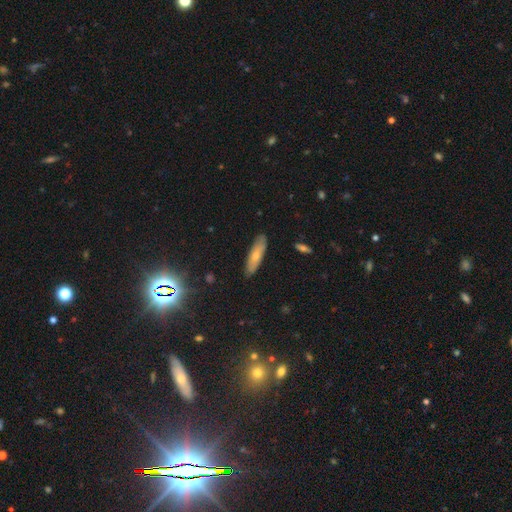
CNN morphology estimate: Overall: smooth (63%; featured or disk 30%). How rounded: cigar-shaped (62%; in between 36%). Merging: none (84%).